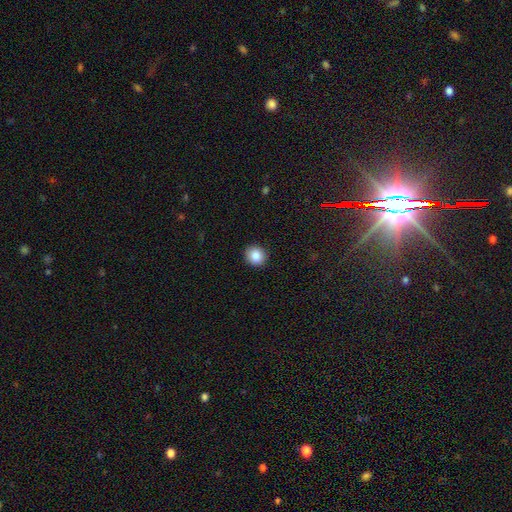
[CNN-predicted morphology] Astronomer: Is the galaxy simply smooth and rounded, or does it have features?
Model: smooth — 86%.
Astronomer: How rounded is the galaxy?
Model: round — 84%.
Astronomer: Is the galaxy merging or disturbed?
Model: none — 91%.